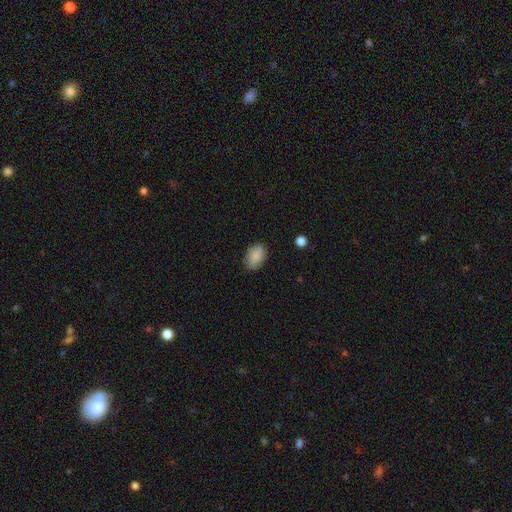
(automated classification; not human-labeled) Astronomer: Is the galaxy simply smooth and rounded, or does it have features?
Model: smooth — 86%.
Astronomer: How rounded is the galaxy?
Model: in between — 88%.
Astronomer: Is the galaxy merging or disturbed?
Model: none — 82%.